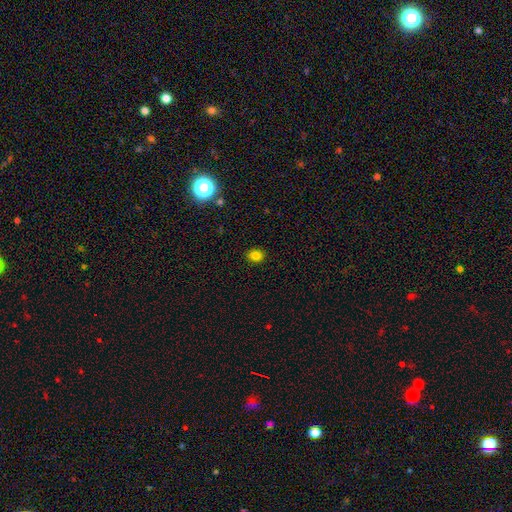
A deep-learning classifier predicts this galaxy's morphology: This appears to be a smooth galaxy with no disk features (81%) that is round (56%). Merging: none (89%).